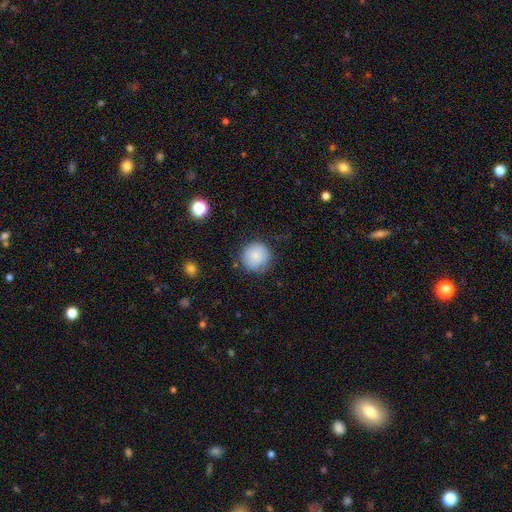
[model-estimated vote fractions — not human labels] A smooth galaxy with no disk features (82%) that is round (94%).

Vote fractions:
- Smooth or featured? smooth: 82% / featured or disk: 9% / star or artifact: 8%
- How rounded? round: 94% / in between: 5% / cigar-shaped: 1%
- Merging? none: 80% / minor disturbance: 15% / major disturbance: 4% / merger: 2%